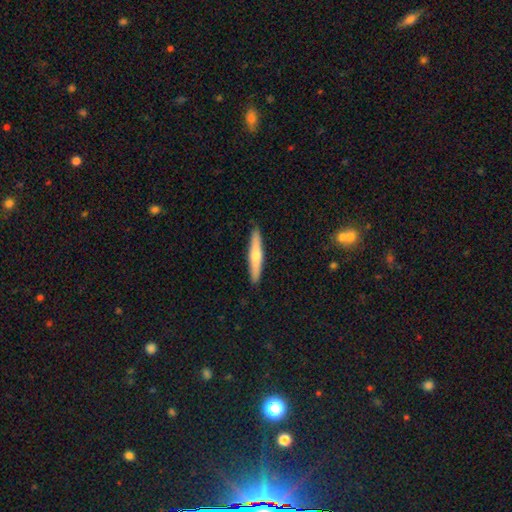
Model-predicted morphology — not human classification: Smooth or featured: smooth — 53% (featured or disk — 42%)
How rounded: cigar-shaped — 90% (in between — 8%)
Merging: none — 91% (minor disturbance — 6%)